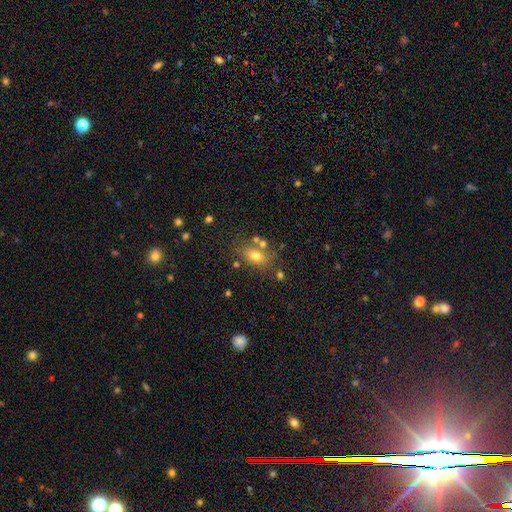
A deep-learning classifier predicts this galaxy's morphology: This is likely a smooth galaxy (73%). How rounded: likely in between (75%). Merging: likely none (67%).